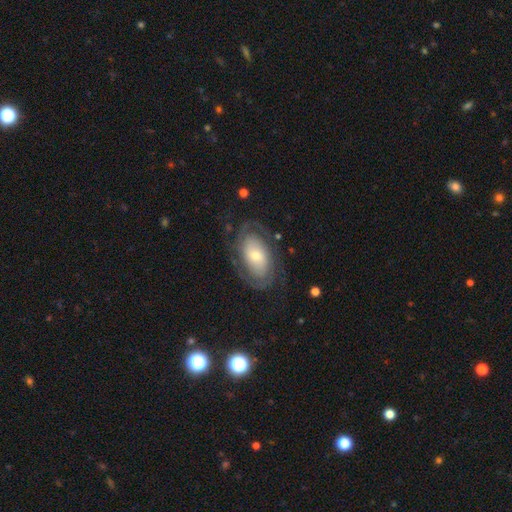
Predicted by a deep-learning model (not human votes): This appears to be a featured or disk galaxy (73%) with no bar (65%), 2 (56%) tight (53%) spiral arms (87%) and a small central bulge (45%). Merging: none (69%).